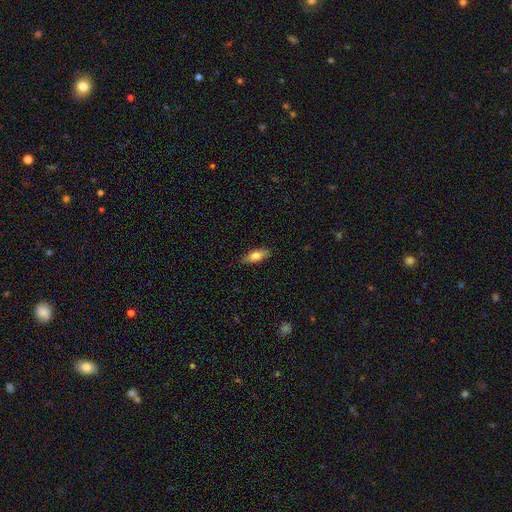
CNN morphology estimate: A smooth galaxy with no disk features (72%) that is in between round and cigar-shaped (70%). Merging: none (86%).